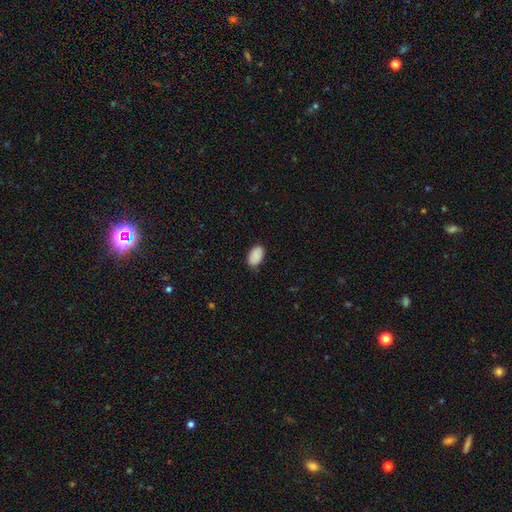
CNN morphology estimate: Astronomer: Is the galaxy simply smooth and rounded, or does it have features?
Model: smooth — 90%.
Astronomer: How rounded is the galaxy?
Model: in between — 93%.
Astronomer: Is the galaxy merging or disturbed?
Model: none — 85%.